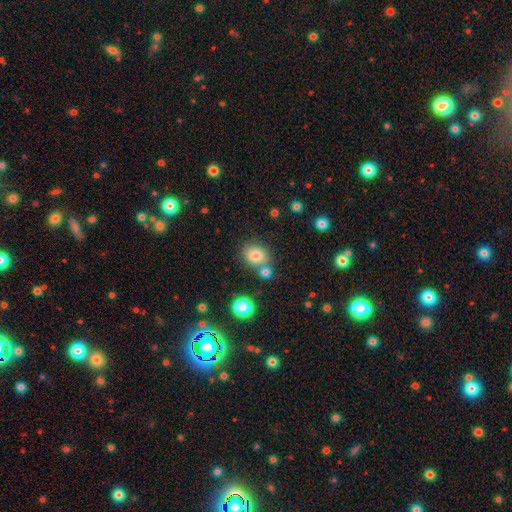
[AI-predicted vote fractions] Q: Smooth or featured?
A: smooth (80%); runner-up: star or artifact (11%)
Q: How rounded?
A: round (52%); runner-up: in between (47%)
Q: Merging?
A: none (64%); runner-up: merger (20%)